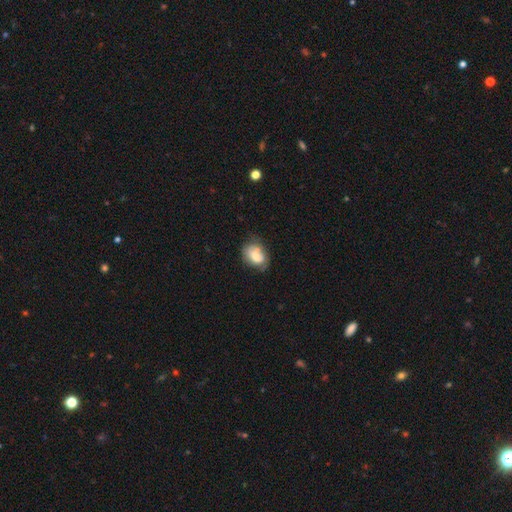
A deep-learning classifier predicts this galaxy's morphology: Smooth or featured? smooth (69%)
How rounded? in between (72%)
Merging? none (54%)